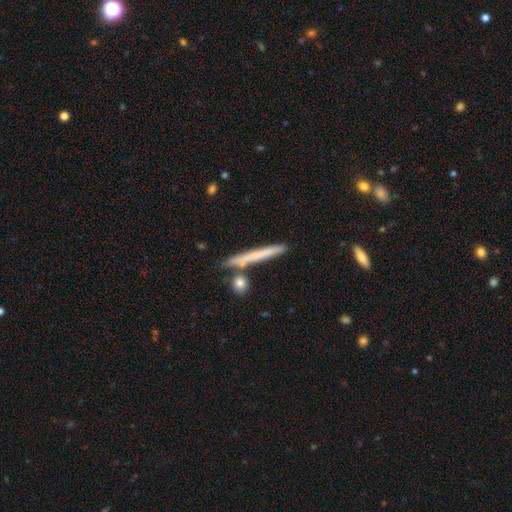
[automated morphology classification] This is possibly a smooth galaxy (60%). How rounded: clearly cigar-shaped (96%). Merging: clearly none (81%).